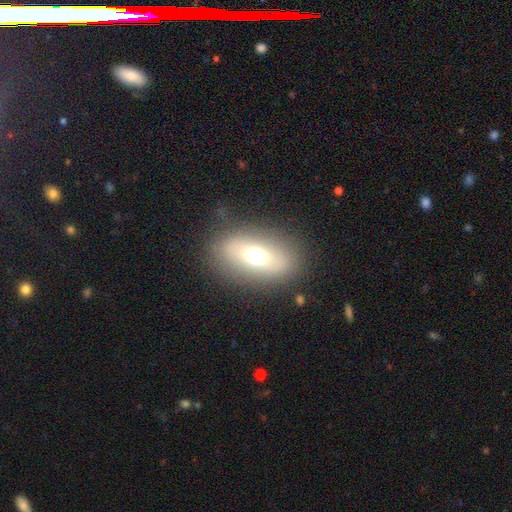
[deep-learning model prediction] smooth 61%, featured or disk 28%, star or artifact 11%. Down the decision tree: how rounded — in between (82%); merging — none (80%).